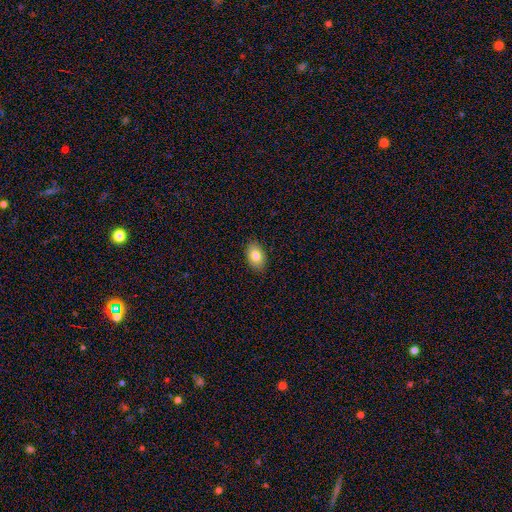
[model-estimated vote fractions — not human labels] Smooth or featured: smooth — 81% (featured or disk — 11%)
How rounded: in between — 86% (round — 13%)
Merging: none — 89% (minor disturbance — 8%)